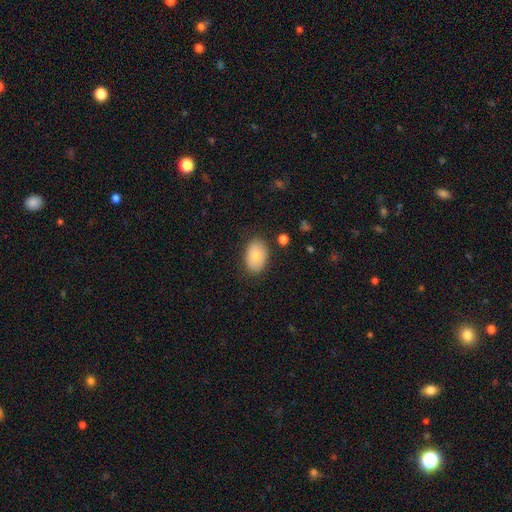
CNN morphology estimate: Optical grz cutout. It shows a smooth galaxy with no disk features (78%) that is in between round and cigar-shaped (86%). Merging: none (83%).